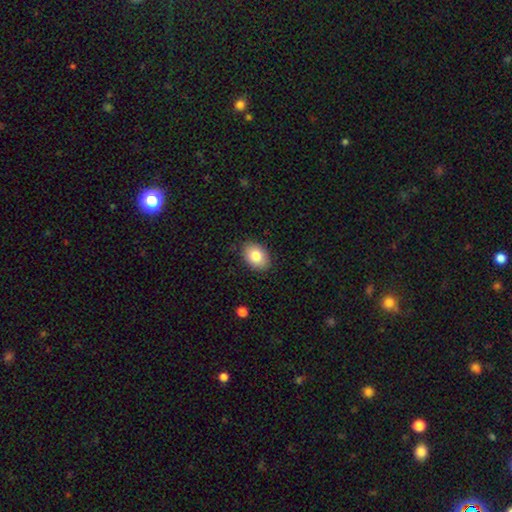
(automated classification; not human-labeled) Smooth or featured?
  - smooth: 82% *
  - featured or disk: 11%
  - star or artifact: 7%
How rounded?
  - in between: 79% *
  - round: 20%
  - cigar-shaped: 1%
Merging?
  - none: 87% *
  - minor disturbance: 10%
  - major disturbance: 2%
  - merger: 1%